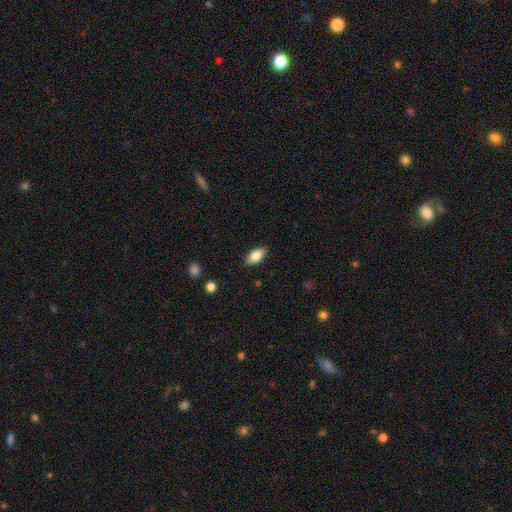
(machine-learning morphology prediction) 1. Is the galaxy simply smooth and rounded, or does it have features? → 79% smooth, 15% featured or disk, 7% star or artifact.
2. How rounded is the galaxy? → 88% in between, 9% cigar-shaped, 3% round.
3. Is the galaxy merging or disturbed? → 87% none, 10% minor disturbance, 2% major disturbance, 1% merger.